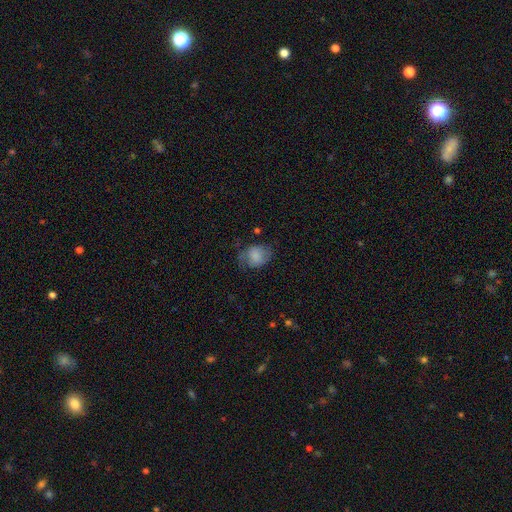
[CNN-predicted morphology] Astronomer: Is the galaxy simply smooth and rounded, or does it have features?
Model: smooth — 76%.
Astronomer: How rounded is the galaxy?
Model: in between — 55% (runner-up: round, 45%).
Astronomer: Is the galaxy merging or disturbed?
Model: none — 53% (runner-up: minor disturbance, 29%).